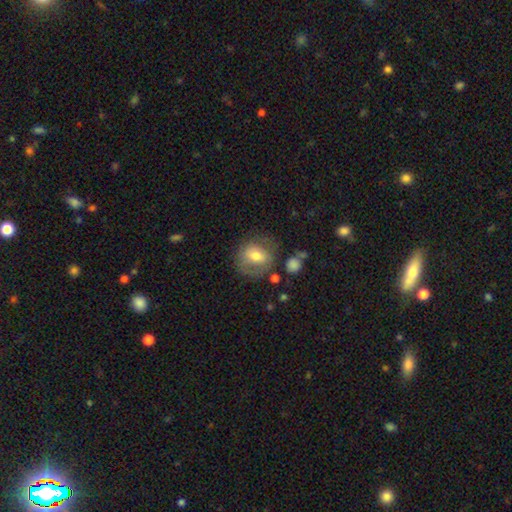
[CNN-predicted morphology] type=smooth (62%); roundness=round (67%); merging=none (61%).